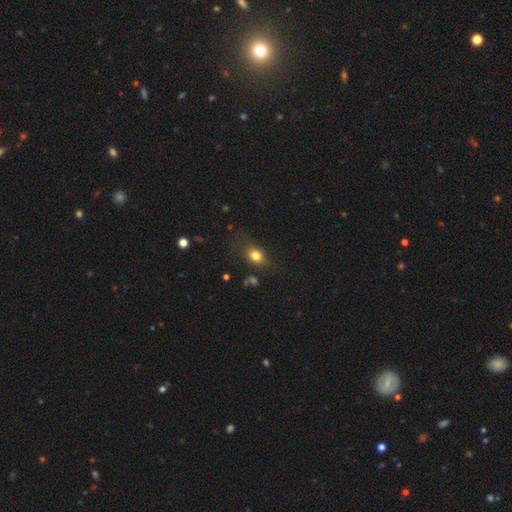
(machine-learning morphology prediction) type=smooth (78%); roundness=in between (57%); merging=none (69%).